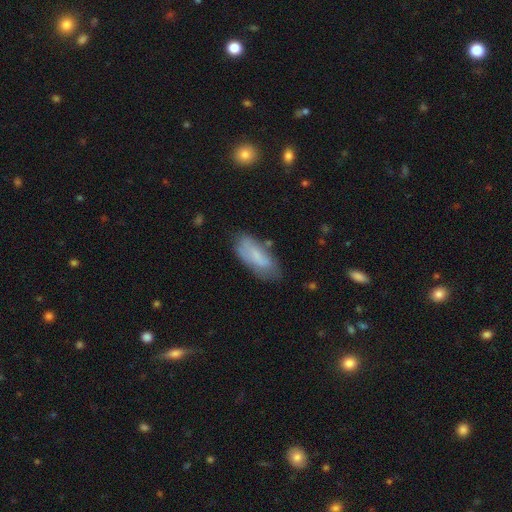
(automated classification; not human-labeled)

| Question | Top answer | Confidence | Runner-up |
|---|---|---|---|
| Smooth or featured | smooth | 70% | featured or disk (23%) |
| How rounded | in between | 79% | cigar-shaped (19%) |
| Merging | none | 63% | minor disturbance (26%) |